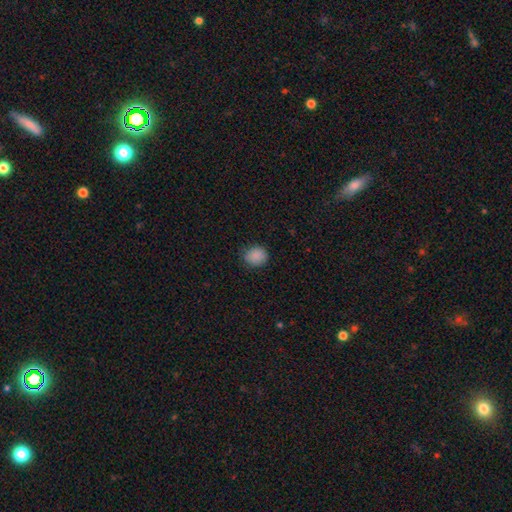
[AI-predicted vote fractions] The model was most divided on "how rounded": round: 74%, in between: 25%, cigar-shaped: 1%. More confident: smooth or featured — smooth (88%); merging — none (82%).